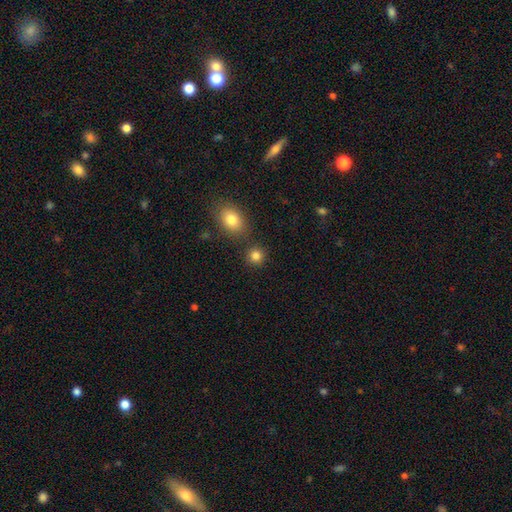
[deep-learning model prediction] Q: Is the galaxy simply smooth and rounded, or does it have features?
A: smooth — 84%.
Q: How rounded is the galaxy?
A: round — 86%.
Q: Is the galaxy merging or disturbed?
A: none — 81%.